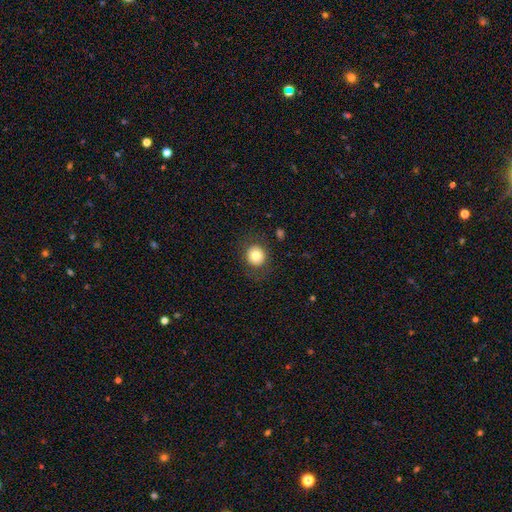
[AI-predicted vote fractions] Overall: smooth (76%). How rounded: round (88%). Merging: none (85%).